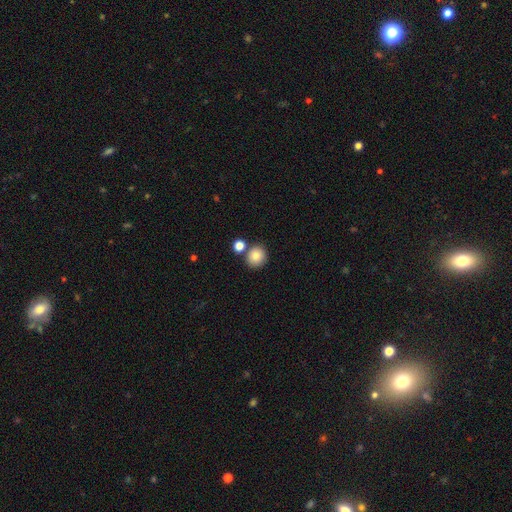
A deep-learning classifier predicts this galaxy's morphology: smooth-or-featured: smooth: 83% | star or artifact: 10% | featured or disk: 7%
  how-rounded: round: 85% | in between: 14% | cigar-shaped: 1%
  merging: none: 73% | merger: 15% | minor disturbance: 9% | major disturbance: 3%